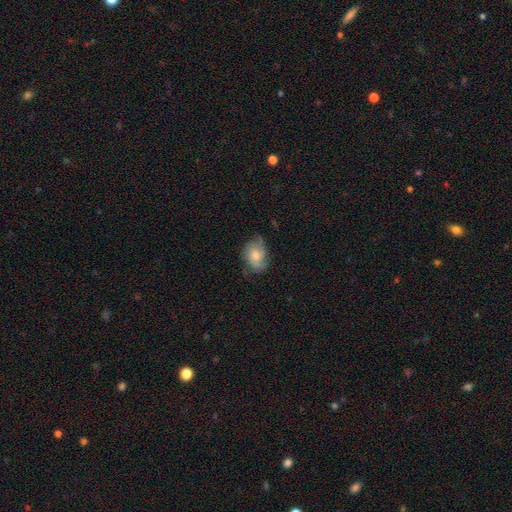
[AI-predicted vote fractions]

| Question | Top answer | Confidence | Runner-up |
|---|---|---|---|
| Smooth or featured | featured or disk | 49% | smooth (44%) |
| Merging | none | 58% | minor disturbance (29%) |